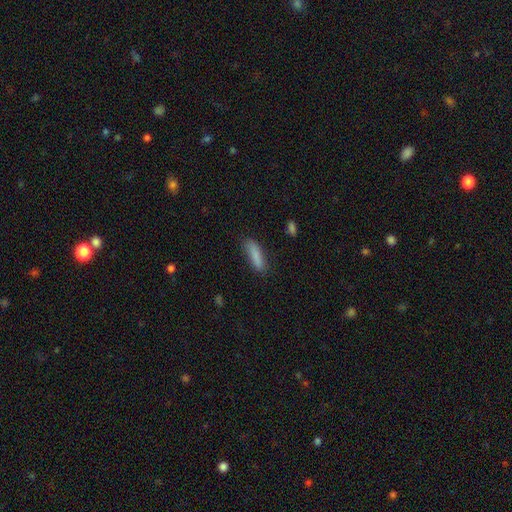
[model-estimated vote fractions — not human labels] This is clearly a smooth galaxy (85%). How rounded: likely cigar-shaped (66%). Merging: likely none (79%).